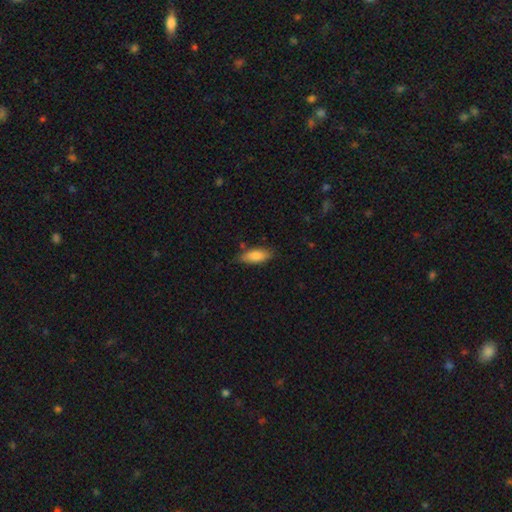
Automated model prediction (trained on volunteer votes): smooth-or-featured: smooth: 84% | featured or disk: 10% | star or artifact: 6%
  how-rounded: in between: 78% | cigar-shaped: 20% | round: 2%
  merging: none: 74% | minor disturbance: 21% | major disturbance: 3% | merger: 2%